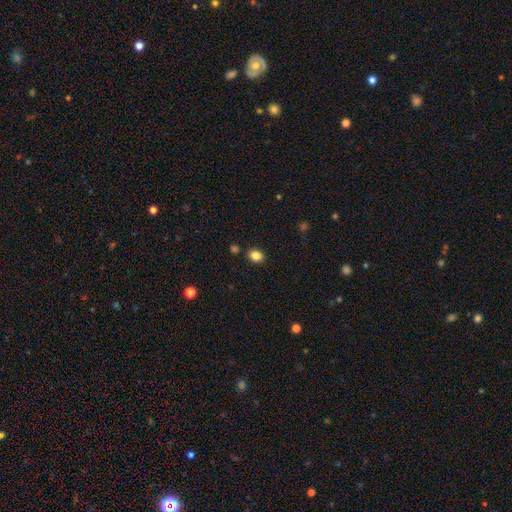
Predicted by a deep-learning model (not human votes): smooth 84%, star or artifact 11%, featured or disk 5%. Down the decision tree: how rounded — in between (54%); merging — none (85%).